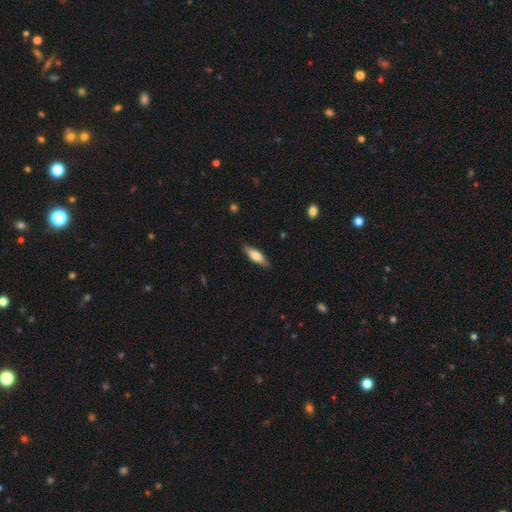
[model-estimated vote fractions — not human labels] This appears to be a smooth galaxy with no disk features (64%) that is cigar-shaped (51%). Merging: none (86%).